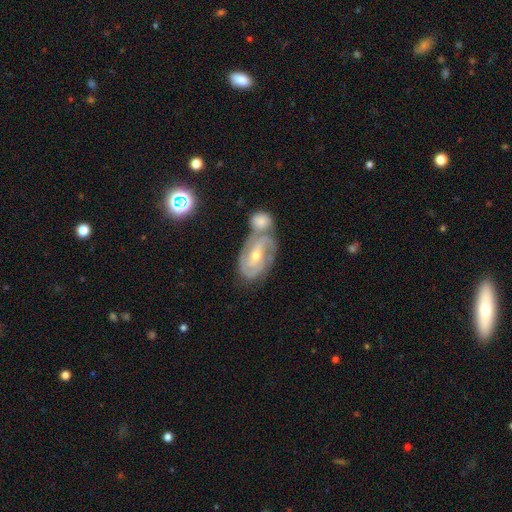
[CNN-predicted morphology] The model was most divided on "merging": none: 42%, merger: 38%, minor disturbance: 14%, major disturbance: 6%. Remaining: edge-on disk — no (96%); spiral arms — yes (95%); smooth or featured — featured or disk (83%); spiral winding — tight (56%); bulge size — moderate (51%); spiral arm count — 2 (49%); bar — weak (43%).